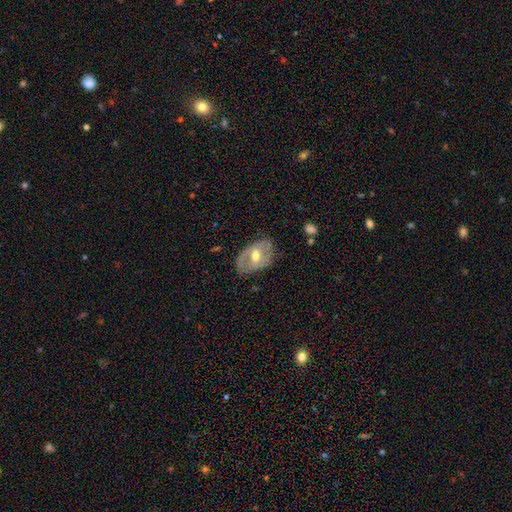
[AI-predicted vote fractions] A featured or disk galaxy (68%) with a weak bar (45%), spiral arms (68%) and a moderate central bulge (75%). Merging: none (72%).